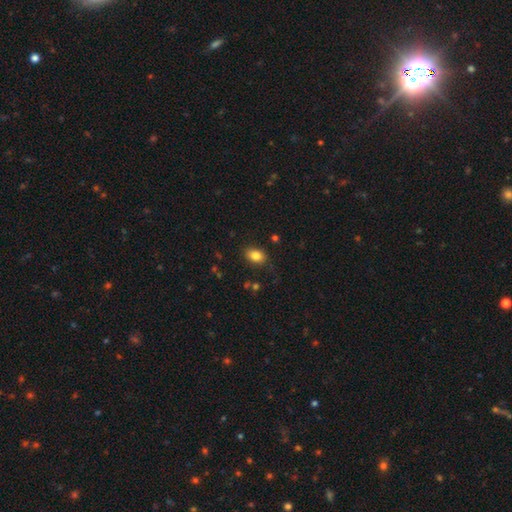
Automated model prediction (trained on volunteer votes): The model was most divided on "how rounded": in between: 79%, round: 20%, cigar-shaped: 1%. More confident: smooth or featured — smooth (84%); merging — none (83%).